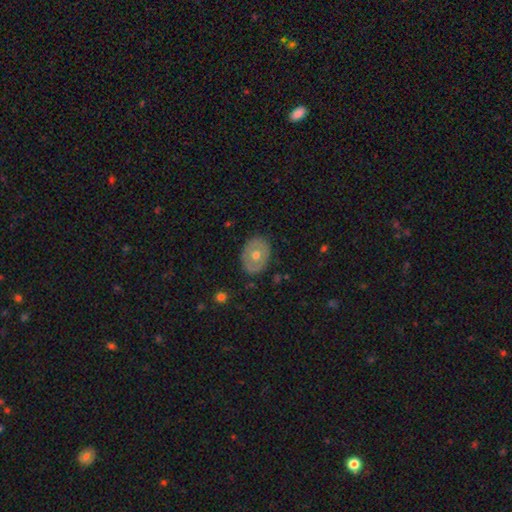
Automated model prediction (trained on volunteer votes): Smooth or featured?
  - smooth: 49% *
  - featured or disk: 44%
  - star or artifact: 7%
Merging?
  - none: 84% *
  - minor disturbance: 12%
  - major disturbance: 3%
  - merger: 1%